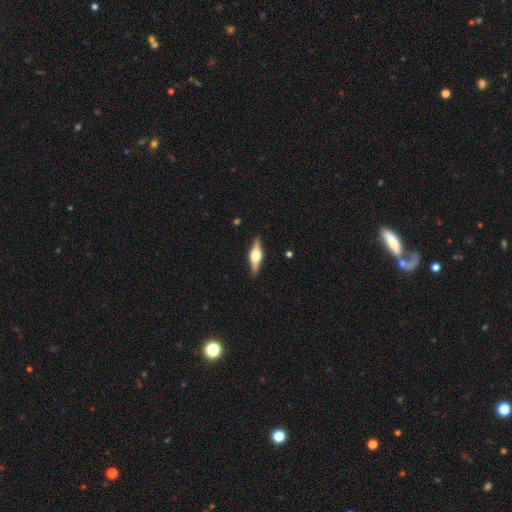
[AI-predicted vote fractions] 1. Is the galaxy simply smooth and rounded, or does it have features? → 73% featured or disk, 21% smooth, 6% star or artifact.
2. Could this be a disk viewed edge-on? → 97% yes, 3% no.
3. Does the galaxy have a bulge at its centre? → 94% rounded, 5% boxy, 1% none.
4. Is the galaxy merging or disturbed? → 90% none, 8% minor disturbance, 2% major disturbance, 1% merger.